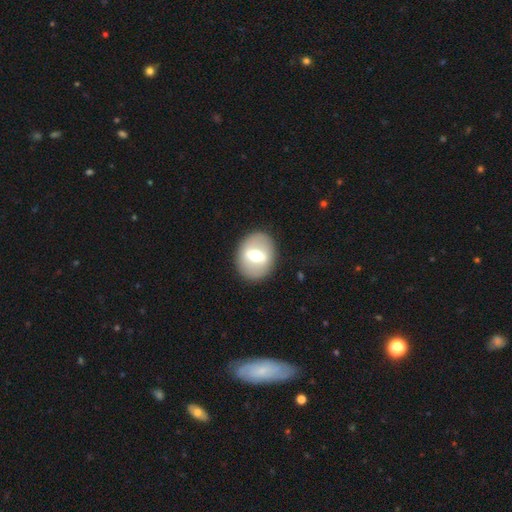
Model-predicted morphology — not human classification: A featured or disk galaxy (54%). Merging: none (88%).